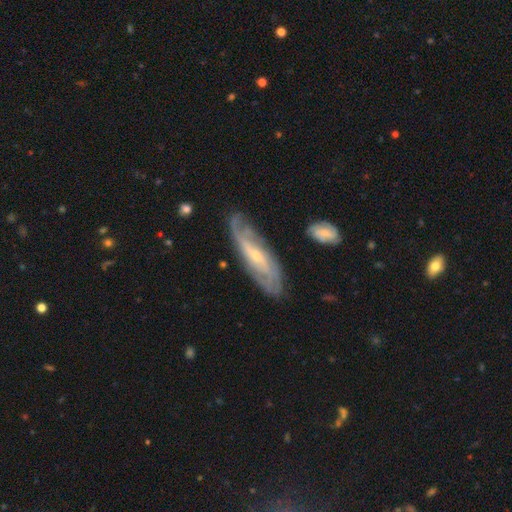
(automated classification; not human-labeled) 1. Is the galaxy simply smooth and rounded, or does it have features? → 80% featured or disk, 14% smooth, 6% star or artifact.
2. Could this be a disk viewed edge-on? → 81% no, 19% yes.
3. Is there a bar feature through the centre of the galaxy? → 48% no, 36% weak, 16% strong.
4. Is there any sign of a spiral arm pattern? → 90% yes, 10% no.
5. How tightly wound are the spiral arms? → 50% tight, 34% medium, 15% loose.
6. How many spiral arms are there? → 43% can't tell, 32% 2, 11% 3, 7% 4, 4% 1, 4% more than 4.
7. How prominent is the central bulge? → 73% small, 24% moderate, 1% none, 1% large, 1% dominant.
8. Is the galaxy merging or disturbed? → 75% none, 17% minor disturbance, 5% major disturbance, 3% merger.